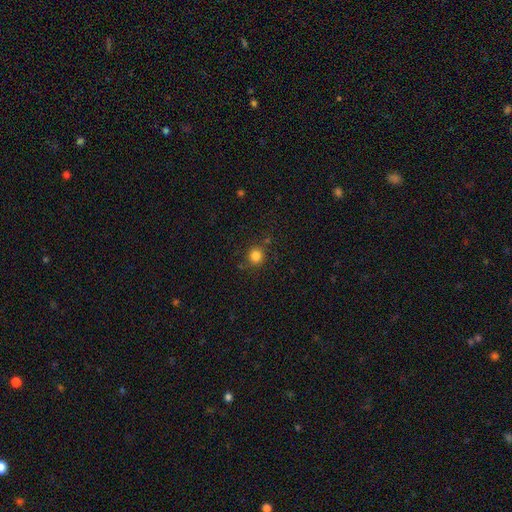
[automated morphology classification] smooth_or_featured: smooth (p=0.83) [alt: star or artifact p=0.12]
how_rounded: round (p=0.92) [alt: in between p=0.07]
merging: none (p=0.84) [alt: minor disturbance p=0.09]